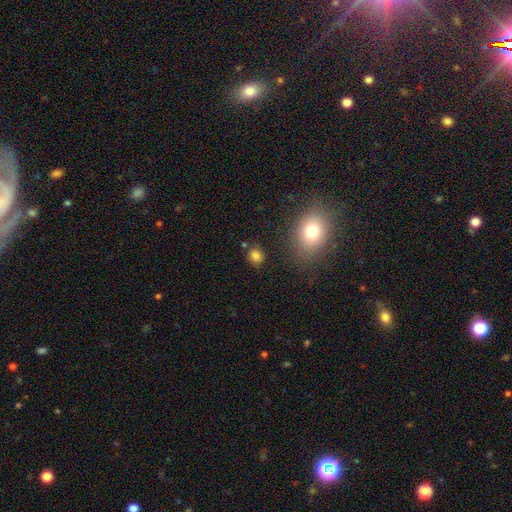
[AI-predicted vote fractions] smooth_or_featured: smooth (p=0.81) [alt: star or artifact p=0.13]
how_rounded: round (p=0.62) [alt: in between p=0.37]
merging: none (p=0.81) [alt: minor disturbance p=0.11]